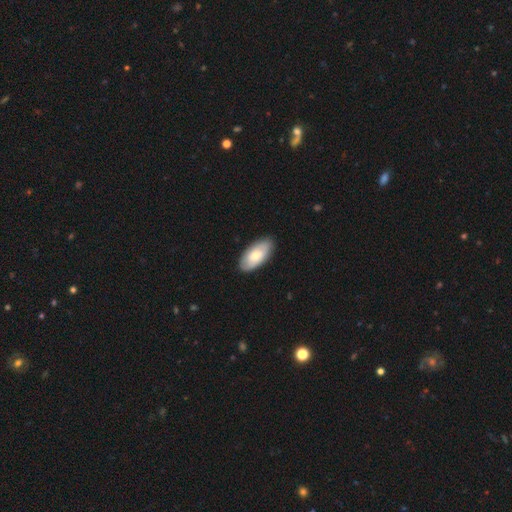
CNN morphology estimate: smooth 67%, featured or disk 28%, star or artifact 5%. Down the decision tree: how rounded — in between (93%); merging — none (86%).